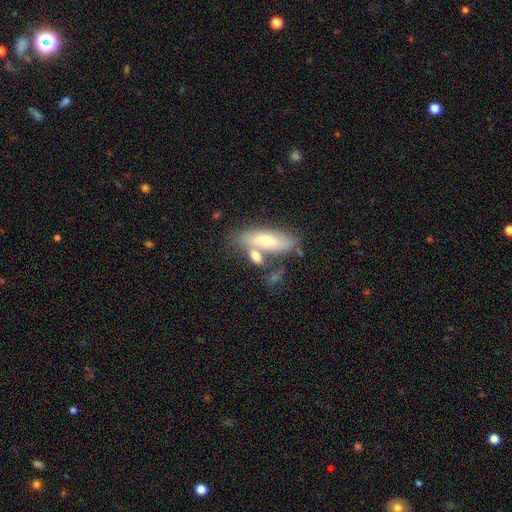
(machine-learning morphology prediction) This is likely a smooth galaxy (68%). How rounded: likely in between (65%). Merging: marginally none (44%).